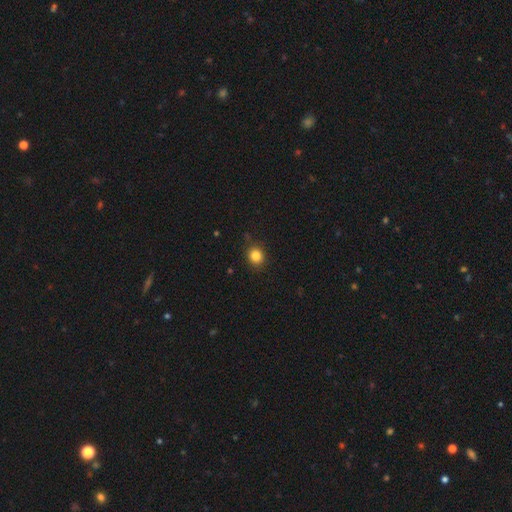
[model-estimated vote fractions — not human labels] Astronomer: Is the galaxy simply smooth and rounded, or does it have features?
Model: smooth — 84%.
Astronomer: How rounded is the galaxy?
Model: round — 82%.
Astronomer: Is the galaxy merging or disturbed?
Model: none — 88%.